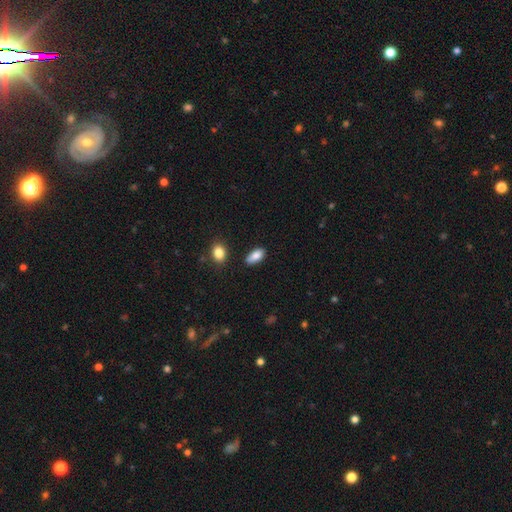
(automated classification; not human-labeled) Q: Smooth or featured?
A: smooth (85%); runner-up: featured or disk (8%)
Q: How rounded?
A: in between (88%); runner-up: cigar-shaped (9%)
Q: Merging?
A: none (77%); runner-up: minor disturbance (16%)